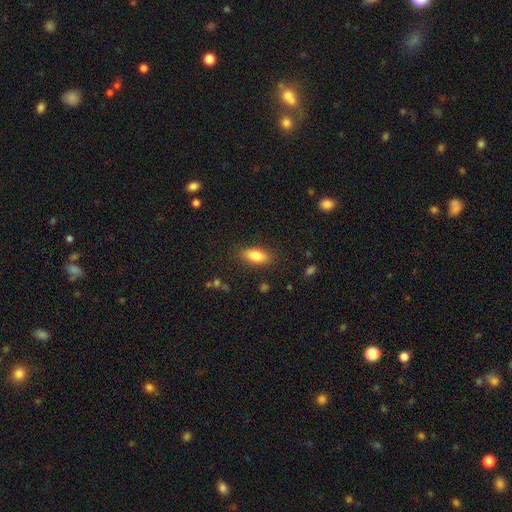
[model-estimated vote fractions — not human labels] A smooth galaxy with no disk features (84%) that is in between round and cigar-shaped (84%).

Vote fractions:
- Smooth or featured? smooth: 84% / featured or disk: 8% / star or artifact: 8%
- How rounded? in between: 84% / cigar-shaped: 13% / round: 3%
- Merging? none: 85% / minor disturbance: 10% / major disturbance: 3% / merger: 1%